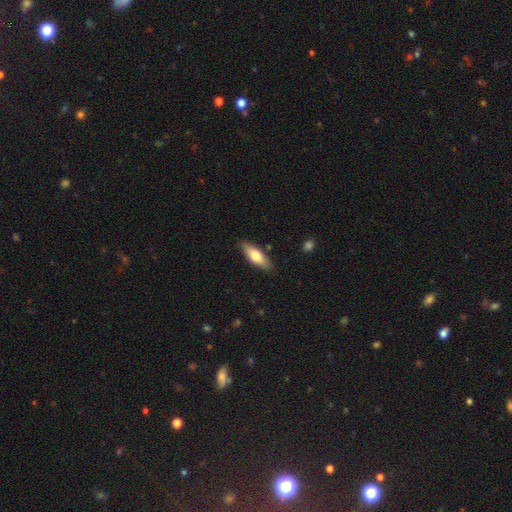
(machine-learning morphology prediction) Q: Smooth or featured?
A: smooth (67%); runner-up: featured or disk (27%)
Q: How rounded?
A: in between (63%); runner-up: cigar-shaped (35%)
Q: Merging?
A: none (84%); runner-up: minor disturbance (12%)